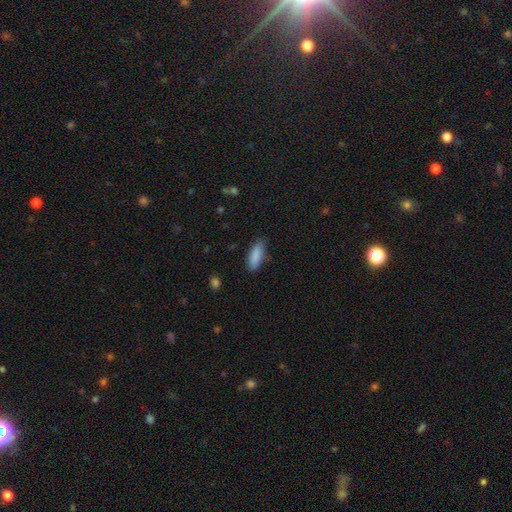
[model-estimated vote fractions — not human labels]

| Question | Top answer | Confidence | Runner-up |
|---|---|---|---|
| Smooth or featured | smooth | 88% | star or artifact (7%) |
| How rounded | in between | 69% | cigar-shaped (30%) |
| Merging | none | 78% | minor disturbance (17%) |